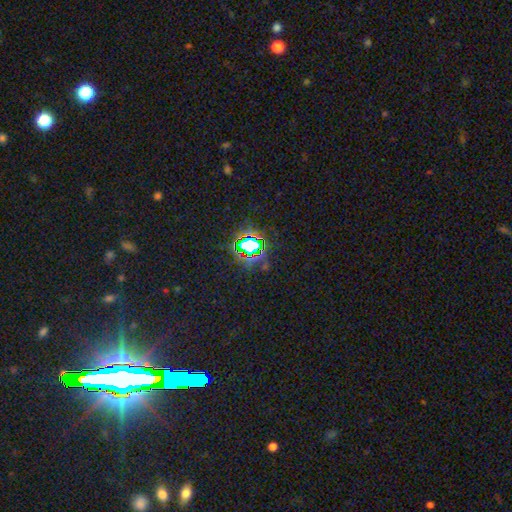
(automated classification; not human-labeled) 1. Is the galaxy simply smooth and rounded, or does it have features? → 82% star or artifact, 10% smooth, 8% featured or disk.